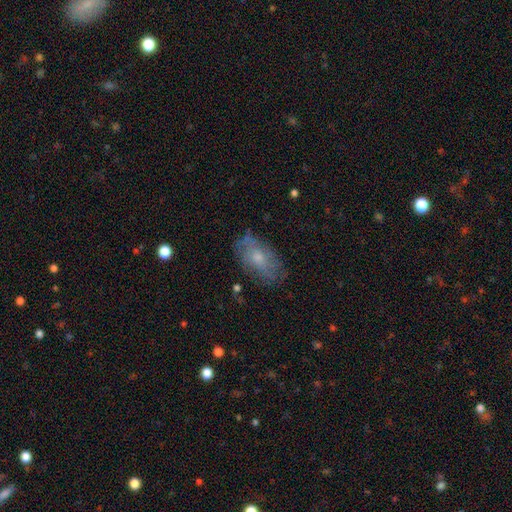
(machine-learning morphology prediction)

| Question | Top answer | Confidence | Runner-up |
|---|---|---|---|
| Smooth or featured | smooth | 46% | featured or disk (43%) |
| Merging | none | 74% | minor disturbance (19%) |